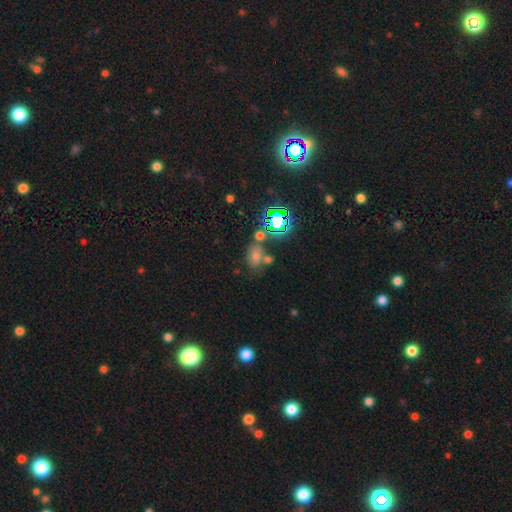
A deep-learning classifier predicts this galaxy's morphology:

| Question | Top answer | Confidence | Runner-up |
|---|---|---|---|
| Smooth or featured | smooth | 45% | star or artifact (41%) |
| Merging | none | 58% | merger (21%) |